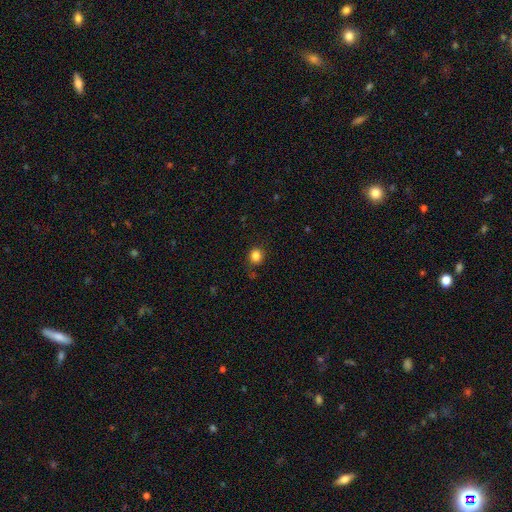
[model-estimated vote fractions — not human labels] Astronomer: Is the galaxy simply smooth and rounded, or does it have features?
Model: smooth — 84%.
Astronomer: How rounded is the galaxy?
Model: round — 81%.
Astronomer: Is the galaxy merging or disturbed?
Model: none — 82%.